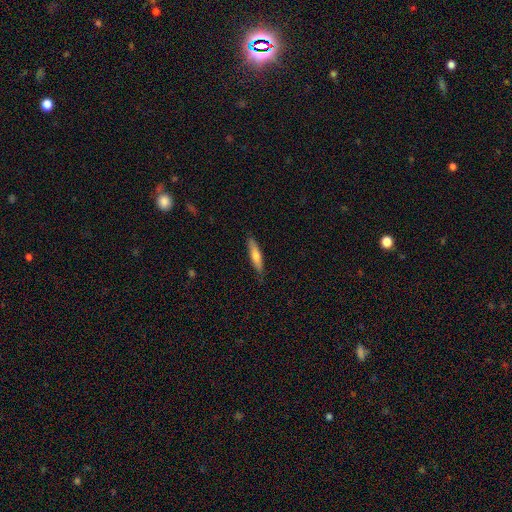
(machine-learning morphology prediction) A smooth galaxy with no disk features (65%) that is cigar-shaped (82%). Merging: none (85%).